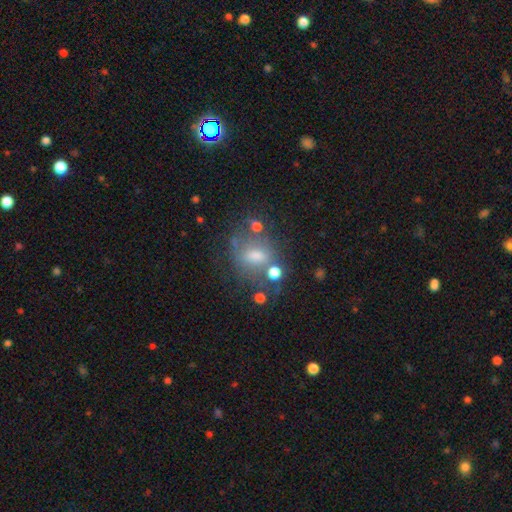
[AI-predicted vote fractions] This is possibly a smooth galaxy (50%). How rounded: possibly in between (54%). Merging: possibly none (51%).